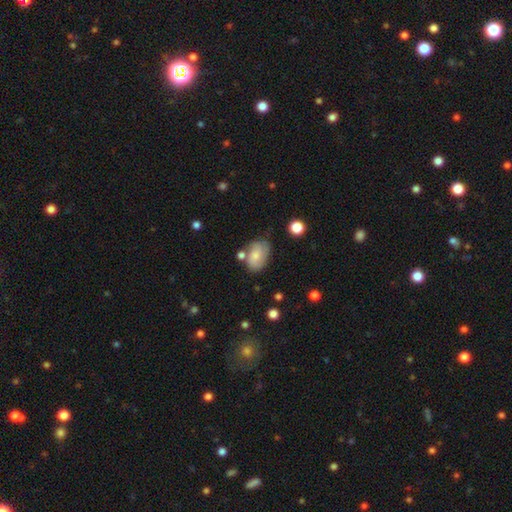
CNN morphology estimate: The model was most divided on "merging": none: 56%, minor disturbance: 25%, merger: 12%, major disturbance: 8%. More confident: how rounded — in between (83%); smooth or featured — smooth (67%).